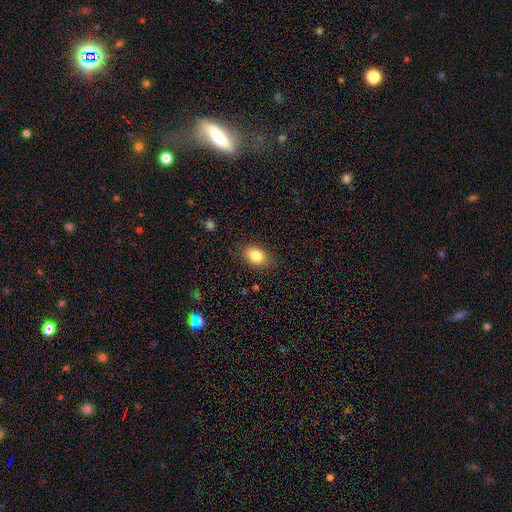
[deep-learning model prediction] The model was most divided on "how rounded": in between: 82%, round: 17%, cigar-shaped: 1%. More confident: smooth or featured — smooth (84%); merging — none (84%).